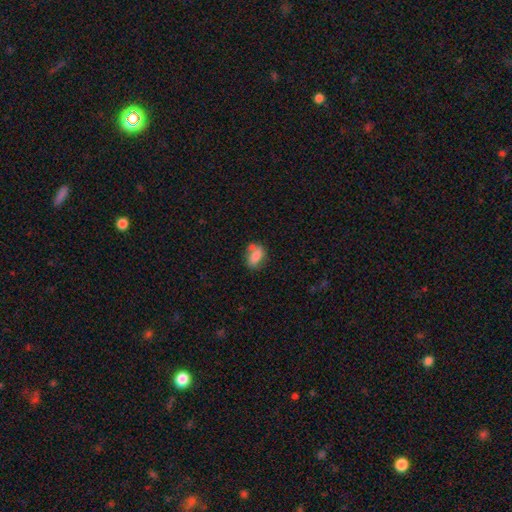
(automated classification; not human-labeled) This is likely a smooth galaxy (76%). How rounded: likely in between (79%). Merging: possibly none (51%).